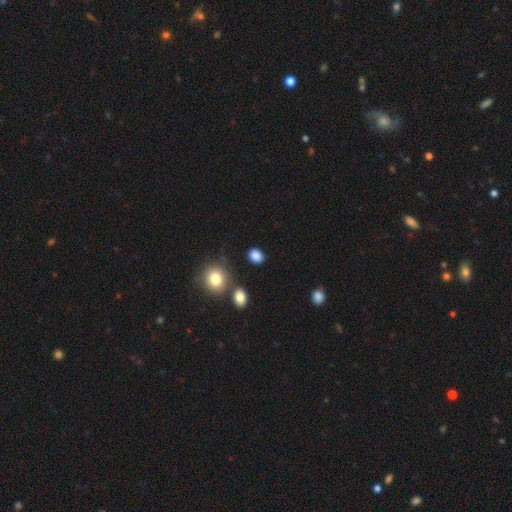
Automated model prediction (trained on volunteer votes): This appears to be a smooth galaxy with no disk features (86%) that is in between round and cigar-shaped (55%). Merging: none (84%).